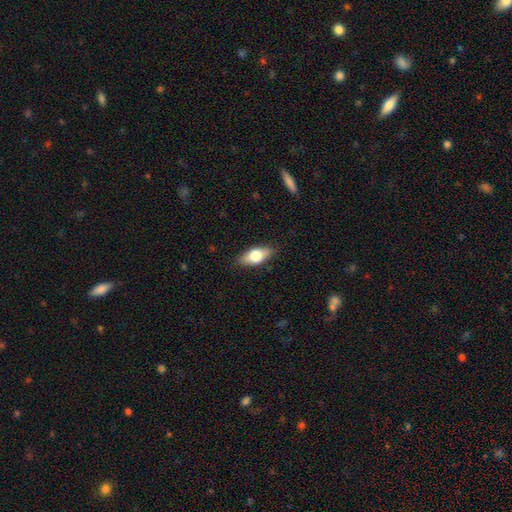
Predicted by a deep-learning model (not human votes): smooth_or_featured: smooth (p=0.67) [alt: featured or disk p=0.27]
how_rounded: in between (p=0.80) [alt: cigar-shaped p=0.16]
merging: none (p=0.86) [alt: minor disturbance p=0.10]